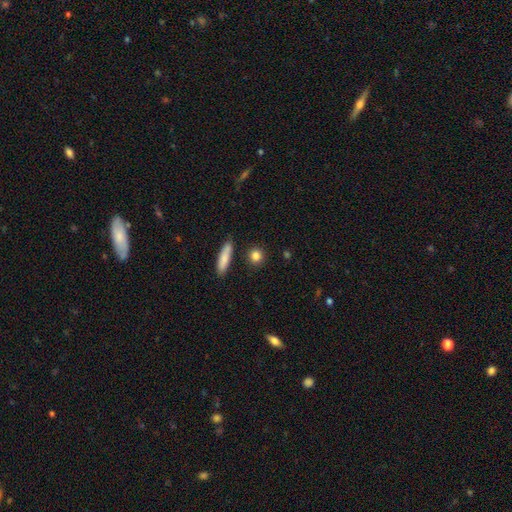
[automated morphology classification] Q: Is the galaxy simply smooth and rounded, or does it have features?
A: smooth — 85%.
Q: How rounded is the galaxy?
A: round — 76%.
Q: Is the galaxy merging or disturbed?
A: none — 87%.